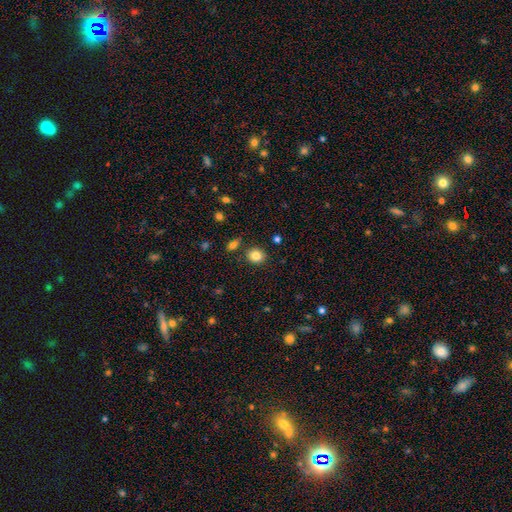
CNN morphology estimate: A smooth galaxy with no disk features (84%) that is round (75%). Merging: none (84%).